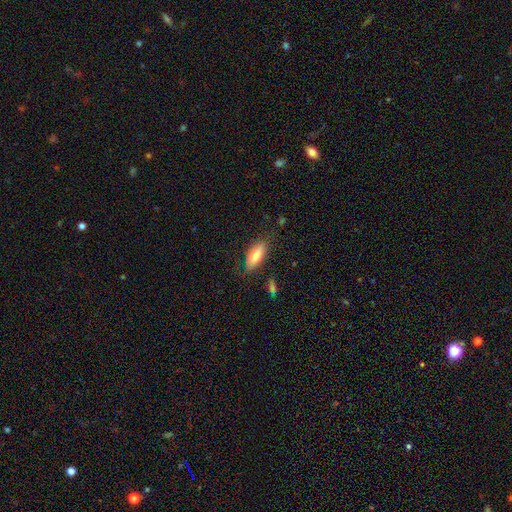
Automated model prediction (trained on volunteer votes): Smooth or featured? Predicted: smooth (p=0.77). How rounded? Predicted: in between (p=0.78). Merging? Predicted: none (p=0.78).